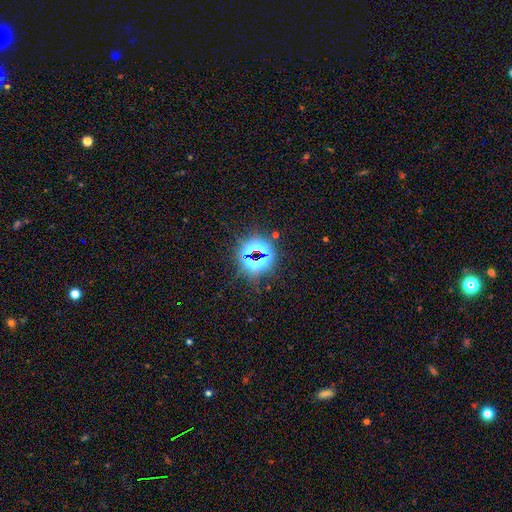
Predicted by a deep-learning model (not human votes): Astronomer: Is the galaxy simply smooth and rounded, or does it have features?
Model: star or artifact — 73%.